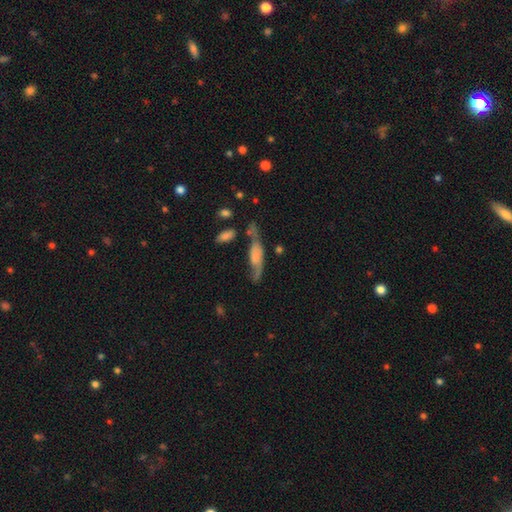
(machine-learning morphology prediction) type=featured or disk (49%); merging=none (45%).